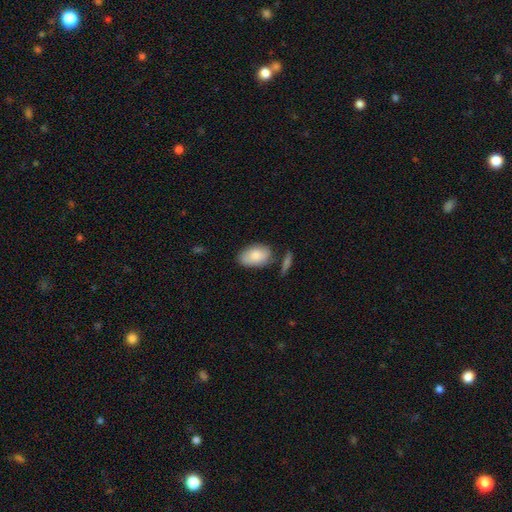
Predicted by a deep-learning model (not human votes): Smooth or featured? Predicted: smooth (p=0.84). How rounded? Predicted: in between (p=0.92). Merging? Predicted: none (p=0.70).